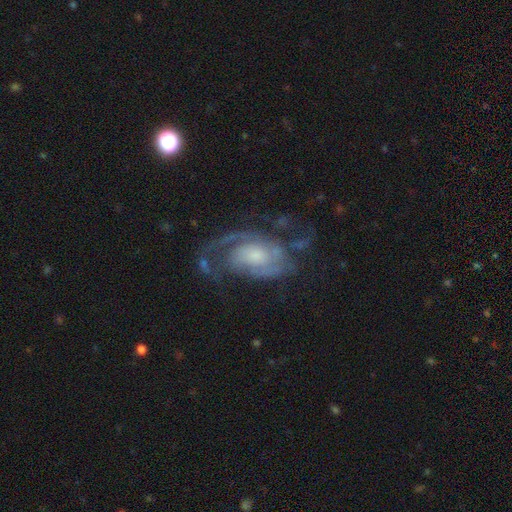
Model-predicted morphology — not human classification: Smooth or featured? featured or disk (85%)
Edge-on disk? no (97%)
Bar? no (67%)
Spiral arms? yes (94%)
Spiral winding? medium (44%)
Spiral arm count? 2 (55%)
Bulge size? moderate (40%)
Merging? none (53%)